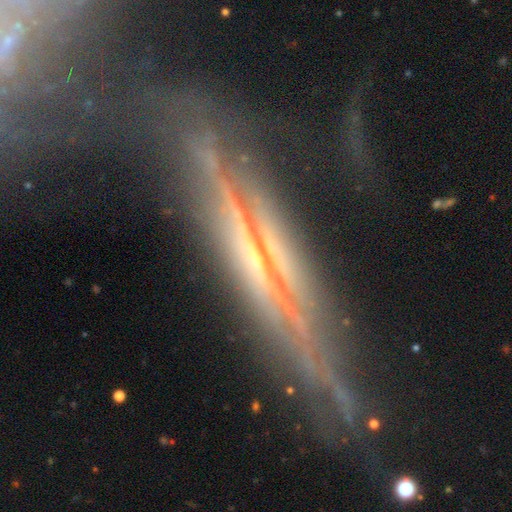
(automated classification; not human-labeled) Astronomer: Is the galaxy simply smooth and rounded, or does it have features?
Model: featured or disk — 81%.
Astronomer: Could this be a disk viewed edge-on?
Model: yes — 89%.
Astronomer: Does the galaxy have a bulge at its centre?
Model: rounded — 45% (runner-up: none, 36%).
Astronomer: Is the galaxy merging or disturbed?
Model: none — 64%.